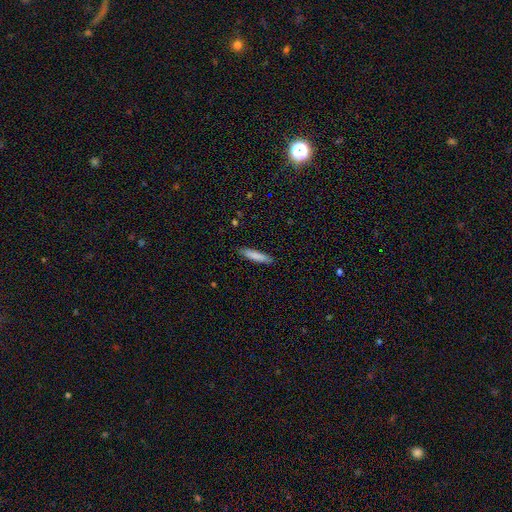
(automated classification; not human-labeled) A smooth galaxy with no disk features (83%) that is cigar-shaped (84%).

Vote fractions:
- Smooth or featured? smooth: 83% / featured or disk: 11% / star or artifact: 6%
- How rounded? cigar-shaped: 84% / in between: 15% / round: 1%
- Merging? none: 88% / minor disturbance: 9% / major disturbance: 2% / merger: 1%